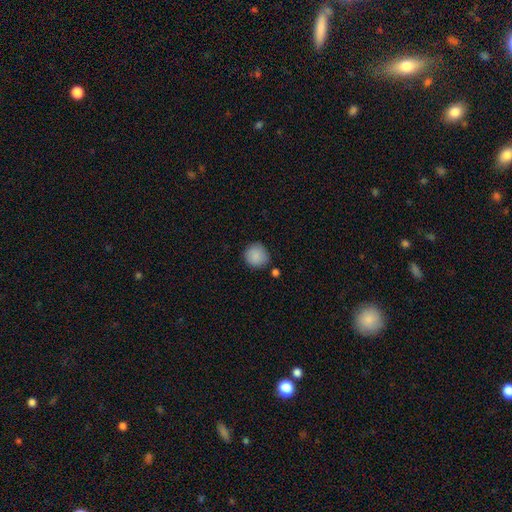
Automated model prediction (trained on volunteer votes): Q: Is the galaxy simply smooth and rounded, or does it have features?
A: smooth — 89%.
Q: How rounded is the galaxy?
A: round — 92%.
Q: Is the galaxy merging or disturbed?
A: none — 81%.